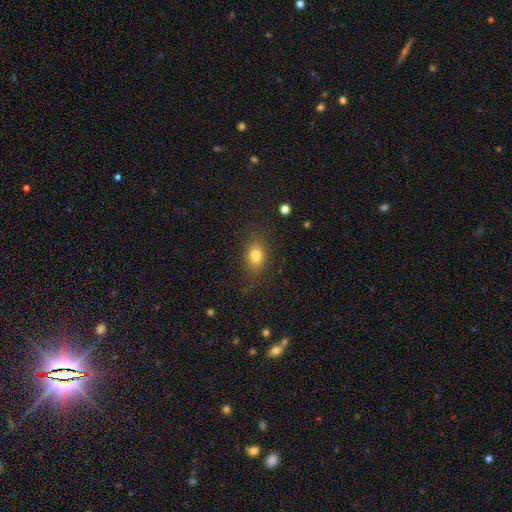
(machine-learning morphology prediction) Q: Smooth or featured?
A: smooth (79%); runner-up: star or artifact (11%)
Q: How rounded?
A: in between (73%); runner-up: round (24%)
Q: Merging?
A: none (80%); runner-up: minor disturbance (14%)